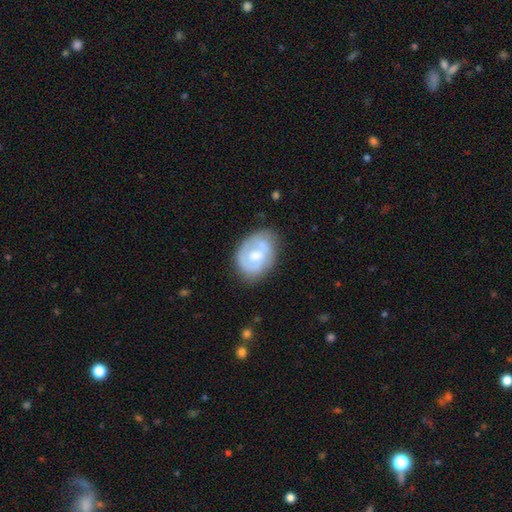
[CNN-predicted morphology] Smooth or featured?
  - featured or disk: 55% *
  - smooth: 39%
  - star or artifact: 6%
Edge-on disk?
  - no: 97% *
  - yes: 3%
Bar?
  - no: 60% *
  - weak: 33%
  - strong: 7%
Spiral arms?
  - yes: 55% *
  - no: 45%
Bulge size?
  - moderate: 56% *
  - small: 23%
  - large: 13%
  - none: 6%
  - dominant: 2%
Merging?
  - none: 54% *
  - minor disturbance: 27%
  - major disturbance: 11%
  - merger: 8%